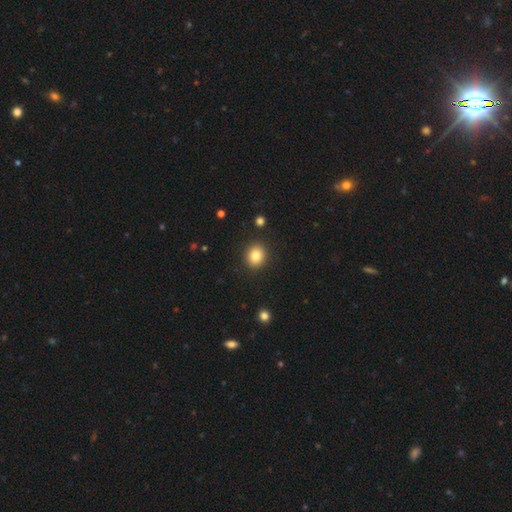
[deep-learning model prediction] Q: Smooth or featured?
A: smooth (83%); runner-up: star or artifact (10%)
Q: How rounded?
A: round (75%); runner-up: in between (24%)
Q: Merging?
A: none (90%); runner-up: minor disturbance (7%)